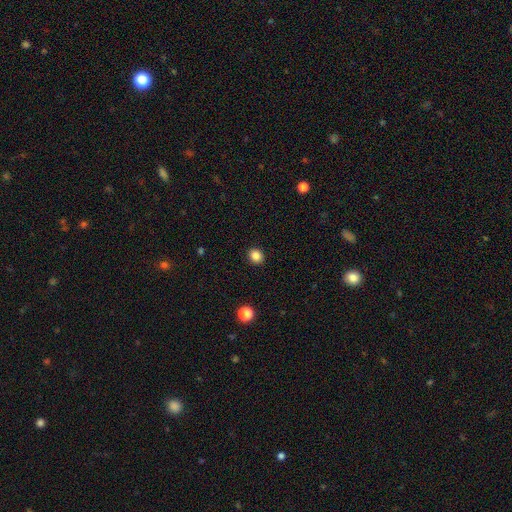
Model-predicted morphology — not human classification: A smooth galaxy with no disk features (85%) that is round (67%).

Vote fractions:
- Smooth or featured? smooth: 85% / star or artifact: 11% / featured or disk: 4%
- How rounded? round: 67% / in between: 33% / cigar-shaped: 1%
- Merging? none: 91% / minor disturbance: 6% / major disturbance: 2% / merger: 1%